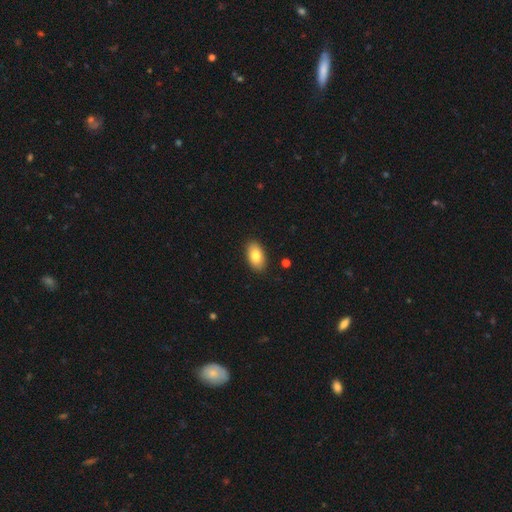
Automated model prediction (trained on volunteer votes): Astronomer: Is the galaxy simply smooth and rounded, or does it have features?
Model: smooth — 82%.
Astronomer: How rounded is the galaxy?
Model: in between — 93%.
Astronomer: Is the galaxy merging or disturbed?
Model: none — 89%.